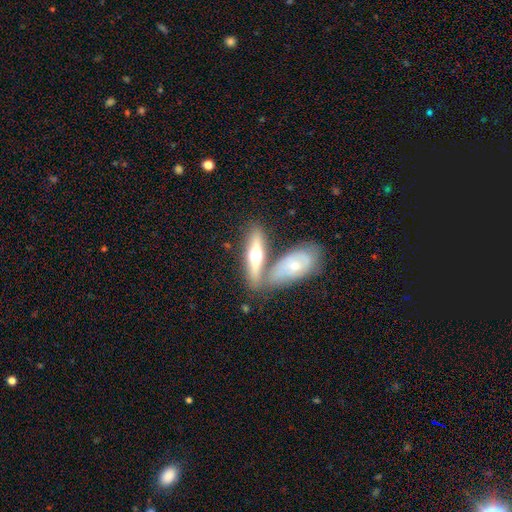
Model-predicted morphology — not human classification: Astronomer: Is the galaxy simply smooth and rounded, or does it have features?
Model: featured or disk — 52% (runner-up: smooth, 43%).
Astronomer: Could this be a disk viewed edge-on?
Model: yes — 81%.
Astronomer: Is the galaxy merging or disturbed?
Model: none — 50% (runner-up: merger, 35%).